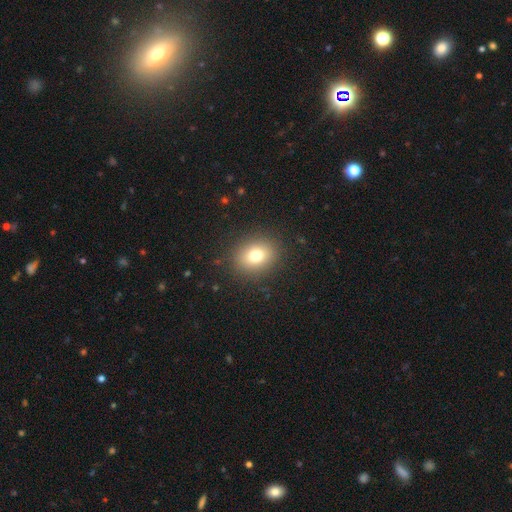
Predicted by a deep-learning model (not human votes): Smooth or featured?
  - smooth: 75% *
  - star or artifact: 13%
  - featured or disk: 12%
How rounded?
  - round: 61% *
  - in between: 38%
  - cigar-shaped: 1%
Merging?
  - none: 88% *
  - minor disturbance: 7%
  - major disturbance: 3%
  - merger: 1%